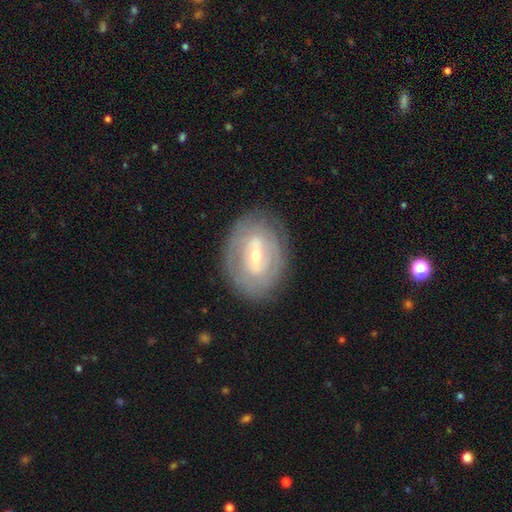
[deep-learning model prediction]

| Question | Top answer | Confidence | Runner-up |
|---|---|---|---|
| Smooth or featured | featured or disk | 72% | smooth (22%) |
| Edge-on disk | no | 93% | yes (7%) |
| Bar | weak | 41% | strong (40%) |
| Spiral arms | yes | 53% | no (47%) |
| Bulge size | small | 49% | moderate (47%) |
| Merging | none | 79% | minor disturbance (14%) |